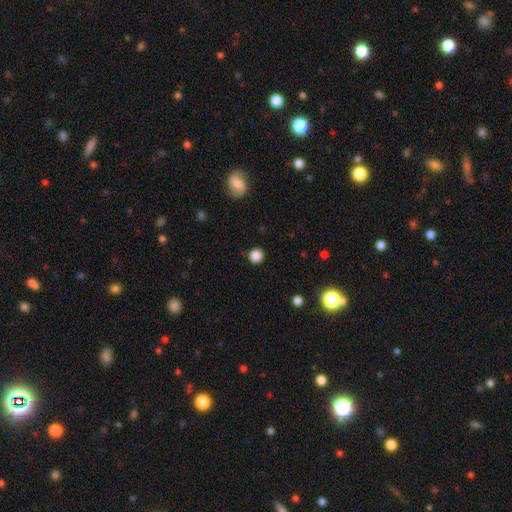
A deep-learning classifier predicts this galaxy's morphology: smooth_or_featured: smooth (p=0.85) [alt: star or artifact p=0.12]
how_rounded: round (p=0.94) [alt: in between p=0.05]
merging: none (p=0.90) [alt: minor disturbance p=0.06]